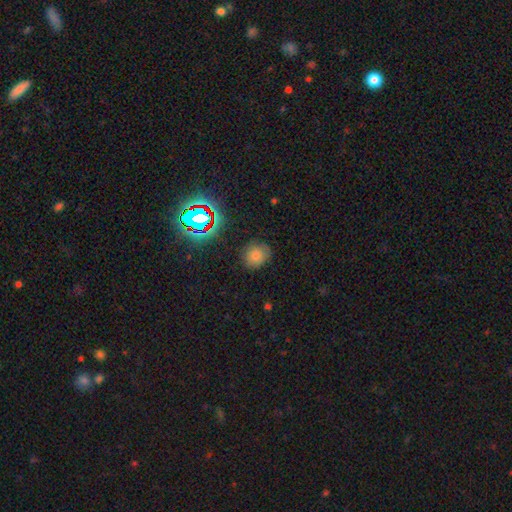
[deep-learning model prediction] Smooth or featured?
  - smooth: 74% *
  - star or artifact: 18%
  - featured or disk: 8%
How rounded?
  - round: 68% *
  - in between: 30%
  - cigar-shaped: 1%
Merging?
  - none: 80% *
  - minor disturbance: 14%
  - major disturbance: 4%
  - merger: 2%